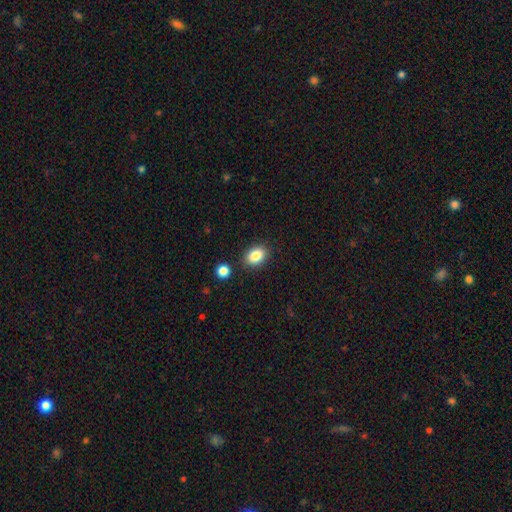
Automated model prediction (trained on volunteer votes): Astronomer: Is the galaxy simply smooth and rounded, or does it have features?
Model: smooth — 86%.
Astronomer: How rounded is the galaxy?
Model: in between — 76%.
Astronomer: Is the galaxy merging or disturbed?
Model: none — 84%.